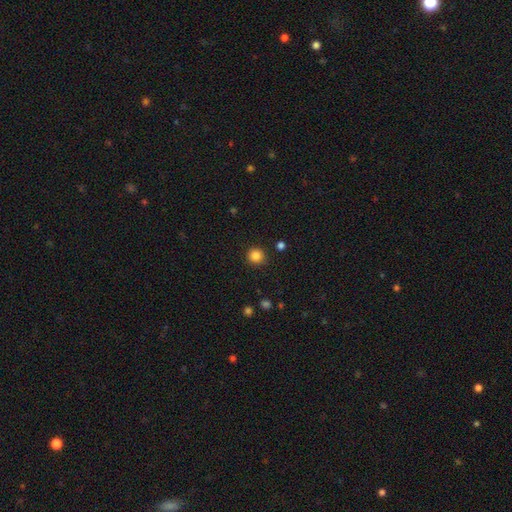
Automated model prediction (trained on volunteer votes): Smooth or featured: smooth — 85% (star or artifact — 11%)
How rounded: round — 93% (in between — 6%)
Merging: none — 89% (minor disturbance — 7%)